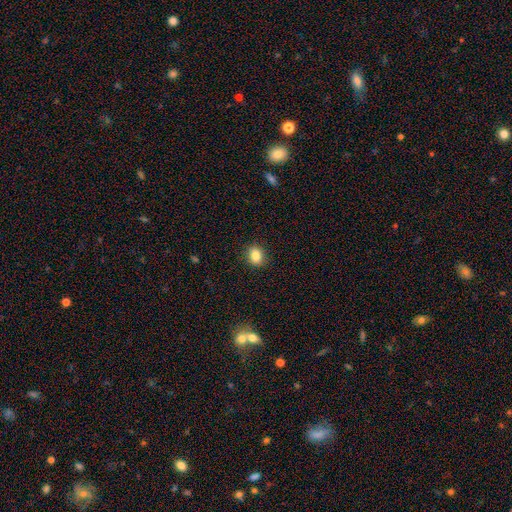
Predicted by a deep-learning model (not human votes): Q: Smooth or featured?
A: smooth (82%); runner-up: star or artifact (10%)
Q: How rounded?
A: round (53%); runner-up: in between (46%)
Q: Merging?
A: none (88%); runner-up: minor disturbance (9%)